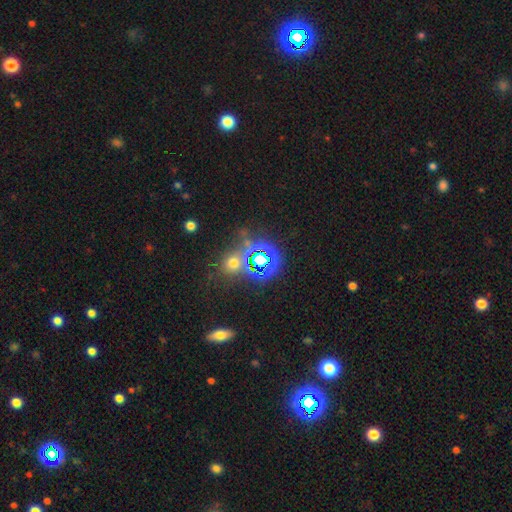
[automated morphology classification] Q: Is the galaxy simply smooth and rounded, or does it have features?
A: star or artifact — 67%.